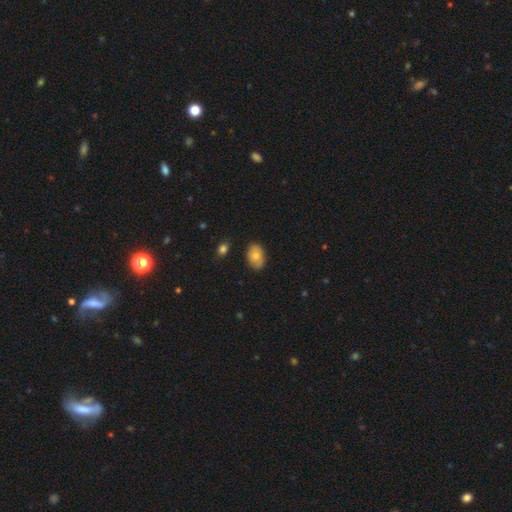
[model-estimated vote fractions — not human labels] Overall: smooth (78%). How rounded: in between (86%). Merging: none (84%).